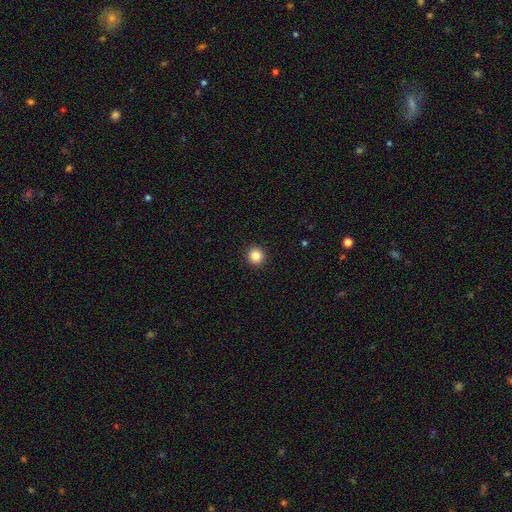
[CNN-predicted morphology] This is clearly a smooth galaxy (86%). How rounded: clearly round (94%). Merging: clearly none (93%).